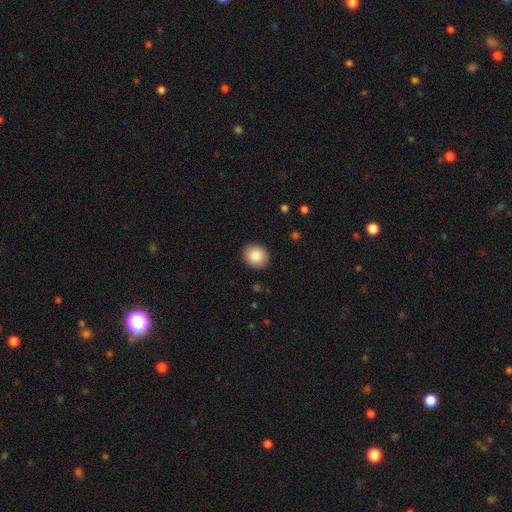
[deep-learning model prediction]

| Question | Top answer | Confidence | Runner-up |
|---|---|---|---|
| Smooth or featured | smooth | 88% | star or artifact (8%) |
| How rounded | round | 75% | in between (24%) |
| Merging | none | 91% | minor disturbance (7%) |